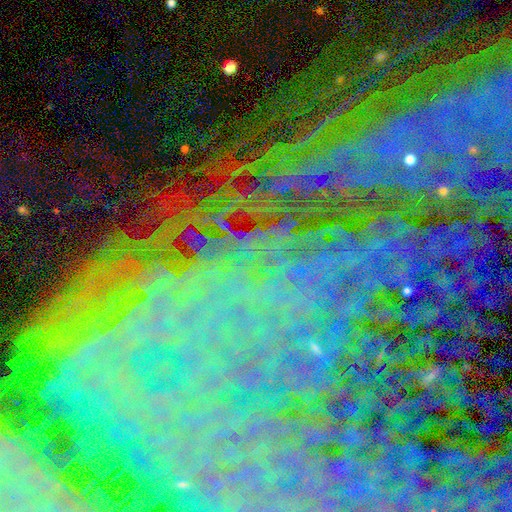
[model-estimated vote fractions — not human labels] Q: Smooth or featured?
A: star or artifact (76%); runner-up: featured or disk (15%)